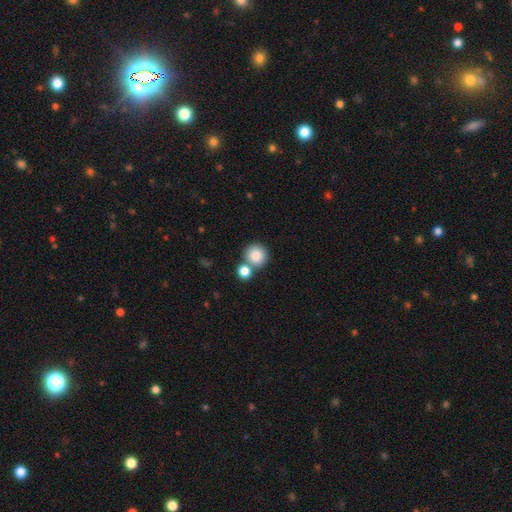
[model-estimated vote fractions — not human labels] smooth_or_featured: smooth (p=0.85) [alt: star or artifact p=0.09]
how_rounded: round (p=0.91) [alt: in between p=0.08]
merging: none (p=0.60) [alt: merger p=0.29]